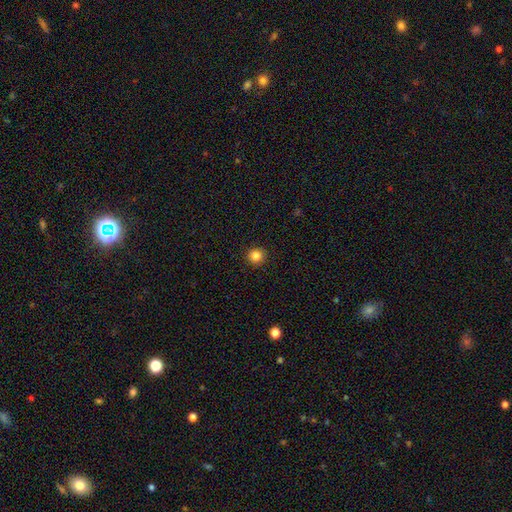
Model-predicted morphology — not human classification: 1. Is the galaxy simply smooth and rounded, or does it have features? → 84% smooth, 11% star or artifact, 5% featured or disk.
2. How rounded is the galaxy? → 94% round, 5% in between, 1% cigar-shaped.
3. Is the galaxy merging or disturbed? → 93% none, 5% minor disturbance, 2% major disturbance, 1% merger.